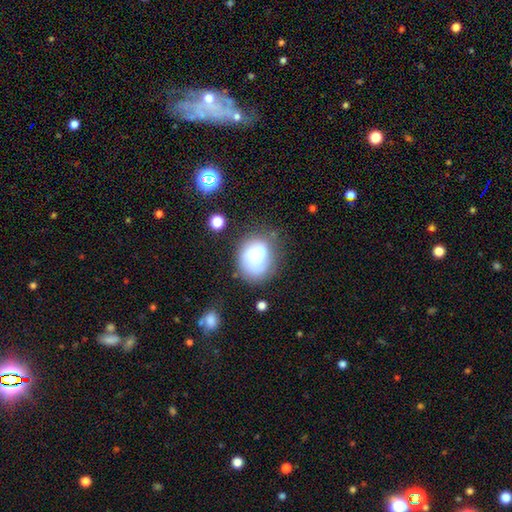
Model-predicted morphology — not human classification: Smooth or featured: smooth — 67% (featured or disk — 23%)
How rounded: round — 53% (in between — 46%)
Merging: none — 47% (minor disturbance — 26%)